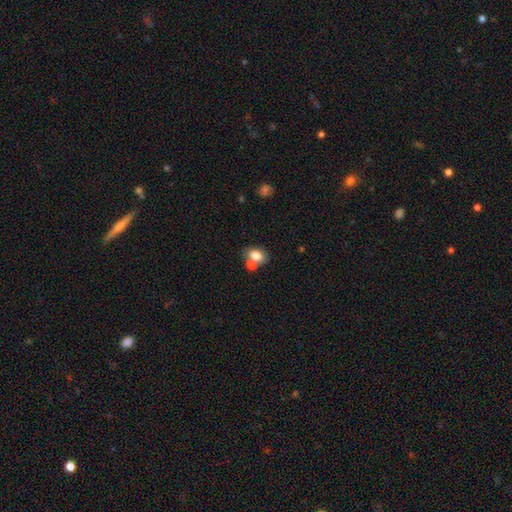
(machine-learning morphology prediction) This is likely a smooth galaxy (79%). How rounded: likely in between (73%). Merging: possibly none (50%).